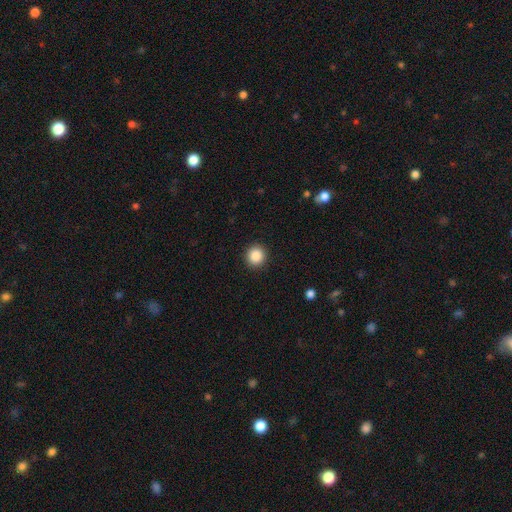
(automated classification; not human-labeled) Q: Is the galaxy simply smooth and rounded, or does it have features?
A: smooth — 88%.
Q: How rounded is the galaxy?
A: round — 92%.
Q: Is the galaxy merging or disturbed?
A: none — 92%.